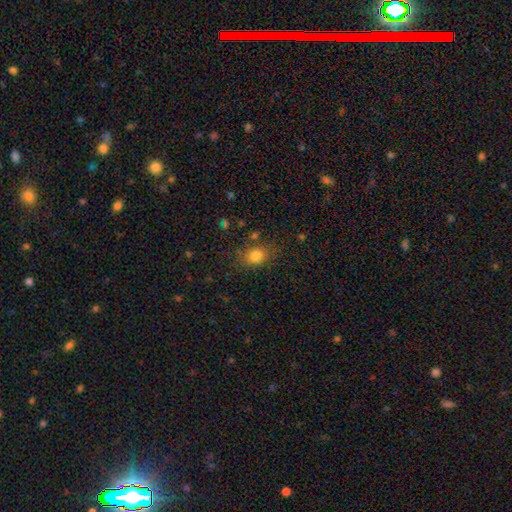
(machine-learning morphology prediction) This is clearly a smooth galaxy (81%). How rounded: possibly in between (53%). Merging: likely none (75%).